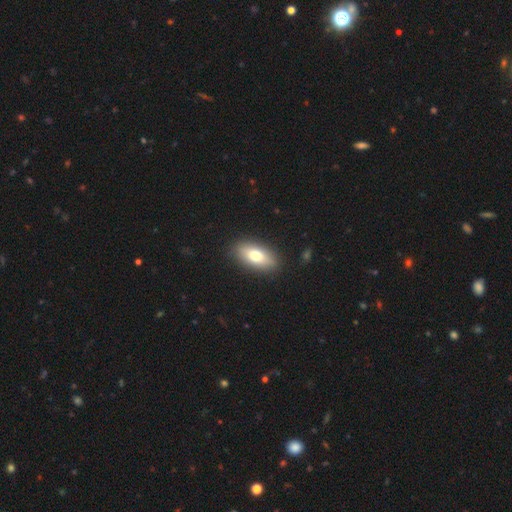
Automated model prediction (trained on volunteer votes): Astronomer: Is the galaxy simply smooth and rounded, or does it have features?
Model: smooth — 74%.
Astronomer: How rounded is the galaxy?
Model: in between — 87%.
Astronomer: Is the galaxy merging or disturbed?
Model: none — 88%.